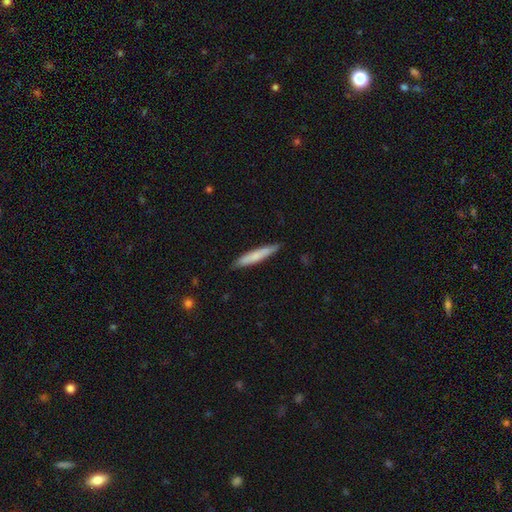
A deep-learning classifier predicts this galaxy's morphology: The model was most divided on "smooth or featured": smooth: 71%, featured or disk: 23%, star or artifact: 5%. More confident: how rounded — cigar-shaped (93%); merging — none (88%).